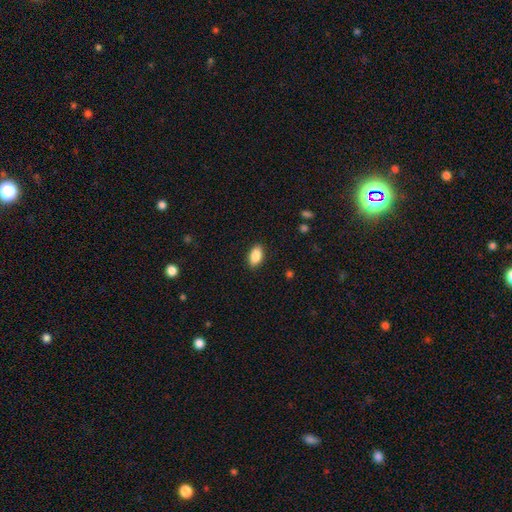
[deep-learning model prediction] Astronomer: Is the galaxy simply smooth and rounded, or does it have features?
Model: smooth — 88%.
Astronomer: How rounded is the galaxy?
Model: in between — 93%.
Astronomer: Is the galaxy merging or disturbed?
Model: none — 89%.